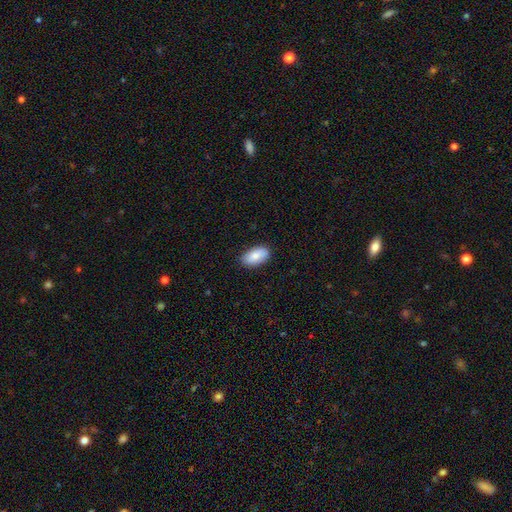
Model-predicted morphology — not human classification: The model was most divided on "merging": none: 84%, minor disturbance: 13%, major disturbance: 2%, merger: 1%. More confident: how rounded — in between (94%); smooth or featured — smooth (83%).